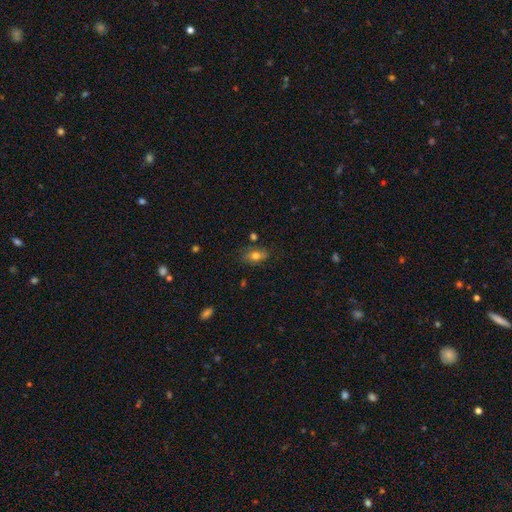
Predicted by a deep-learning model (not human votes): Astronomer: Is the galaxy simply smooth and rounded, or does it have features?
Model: smooth — 69%.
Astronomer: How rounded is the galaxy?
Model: in between — 83%.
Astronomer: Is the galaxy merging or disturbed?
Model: none — 74%.